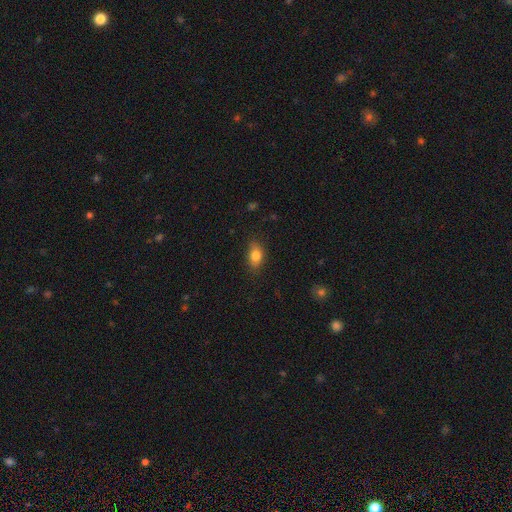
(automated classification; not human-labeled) Q: Smooth or featured?
A: smooth (81%); runner-up: featured or disk (10%)
Q: How rounded?
A: in between (81%); runner-up: round (14%)
Q: Merging?
A: none (80%); runner-up: minor disturbance (15%)